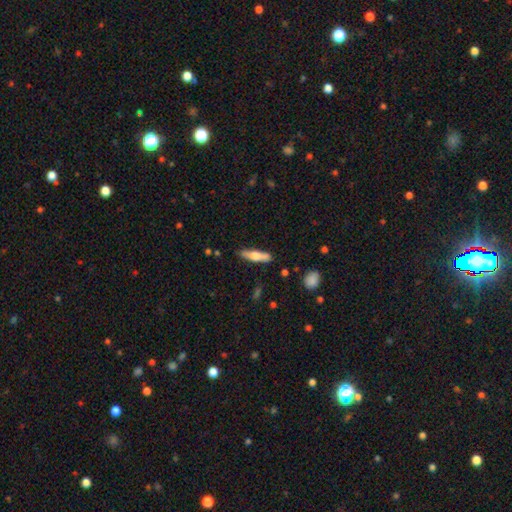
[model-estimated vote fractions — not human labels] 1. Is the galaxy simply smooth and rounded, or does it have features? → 55% smooth, 39% featured or disk, 6% star or artifact.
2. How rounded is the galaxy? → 69% cigar-shaped, 29% in between, 2% round.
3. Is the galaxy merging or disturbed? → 76% none, 16% minor disturbance, 4% merger, 4% major disturbance.